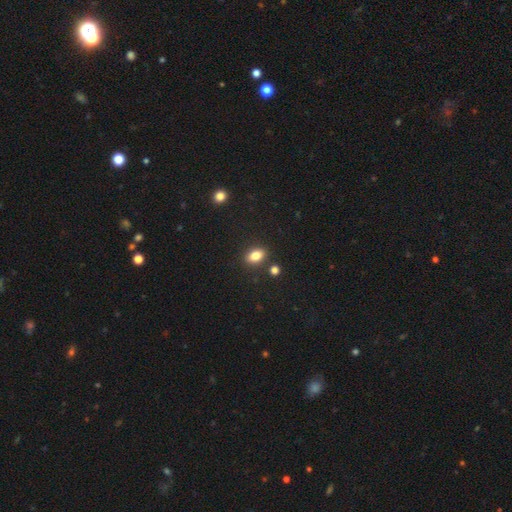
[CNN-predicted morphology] A smooth galaxy with no disk features (81%) that is in between round and cigar-shaped (83%).

Vote fractions:
- Smooth or featured? smooth: 81% / star or artifact: 10% / featured or disk: 9%
- How rounded? in between: 83% / round: 14% / cigar-shaped: 3%
- Merging? none: 83% / minor disturbance: 9% / merger: 6% / major disturbance: 2%